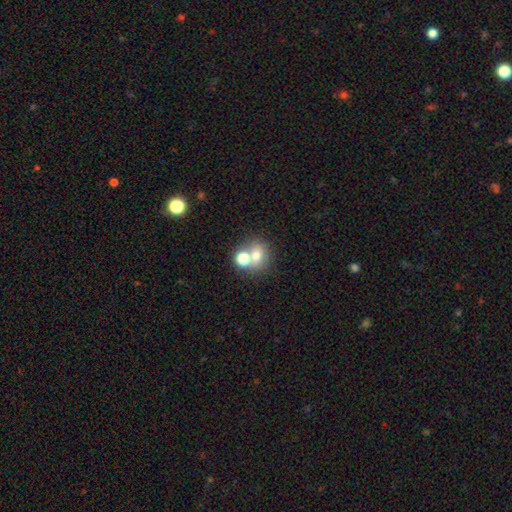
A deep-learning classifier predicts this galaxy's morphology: A smooth galaxy with no disk features (68%) that is round (68%).

Vote fractions:
- Smooth or featured? smooth: 68% / star or artifact: 16% / featured or disk: 16%
- How rounded? round: 68% / in between: 31% / cigar-shaped: 1%
- Merging? none: 45% / merger: 43% / minor disturbance: 8% / major disturbance: 4%